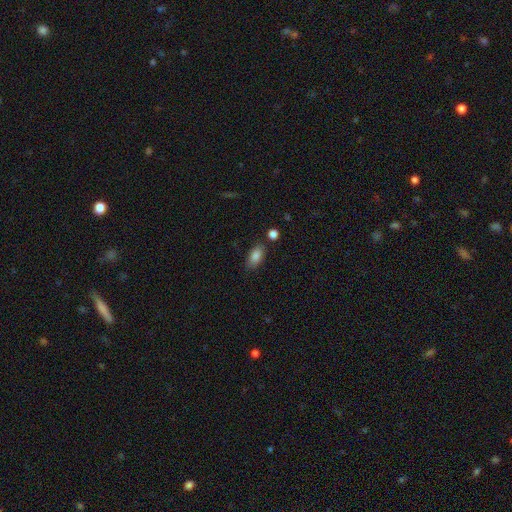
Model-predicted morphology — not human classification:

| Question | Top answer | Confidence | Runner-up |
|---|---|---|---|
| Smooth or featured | smooth | 86% | star or artifact (8%) |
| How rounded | in between | 90% | cigar-shaped (6%) |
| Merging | none | 80% | minor disturbance (13%) |